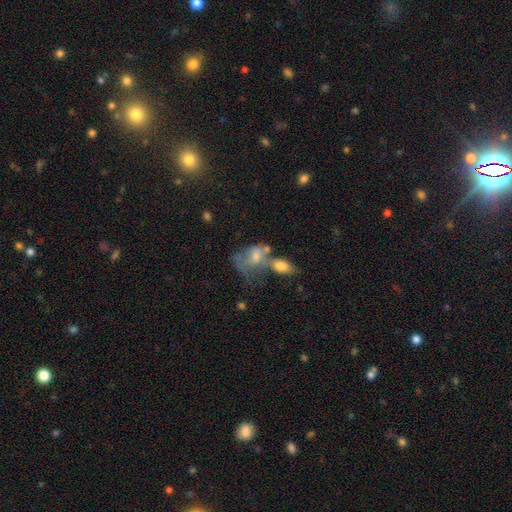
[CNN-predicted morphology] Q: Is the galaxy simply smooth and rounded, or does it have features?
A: smooth — 56%.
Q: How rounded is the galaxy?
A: in between — 78%.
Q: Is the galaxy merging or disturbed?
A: merger — 44%.